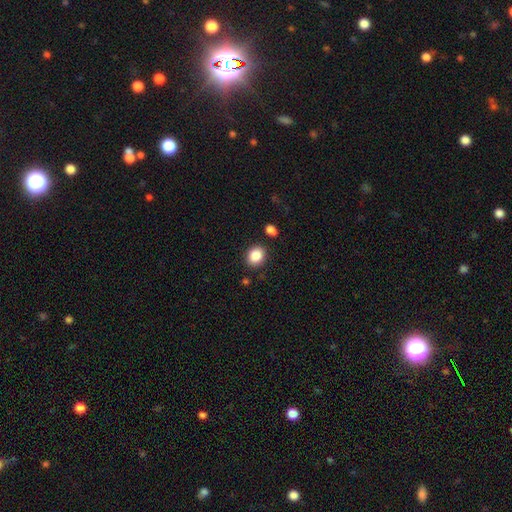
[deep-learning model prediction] Smooth or featured? Predicted: smooth (p=0.87). How rounded? Predicted: round (p=0.55). Merging? Predicted: none (p=0.85).